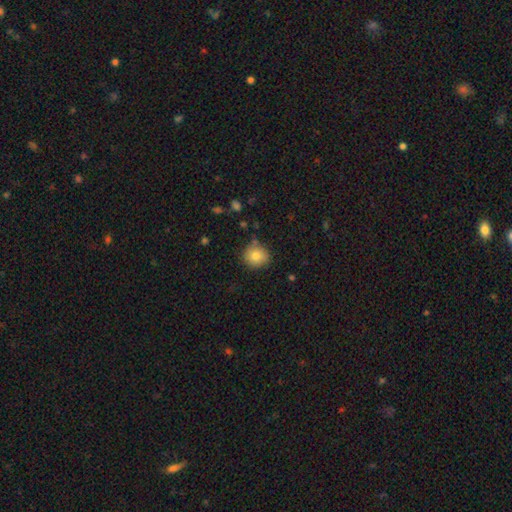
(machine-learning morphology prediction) Smooth or featured? smooth (81%)
How rounded? round (89%)
Merging? none (81%)